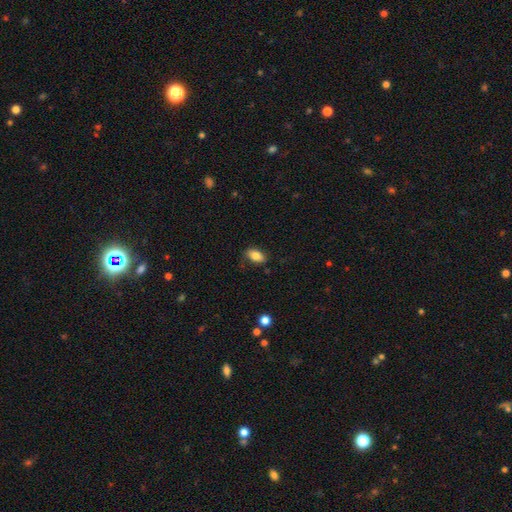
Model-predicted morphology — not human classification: type=smooth (84%); roundness=in between (91%); merging=none (83%).